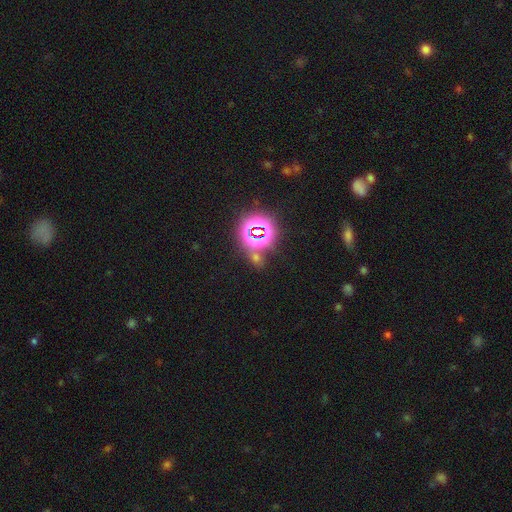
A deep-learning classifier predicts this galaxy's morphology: A star or artifact, not a galaxy (75%).